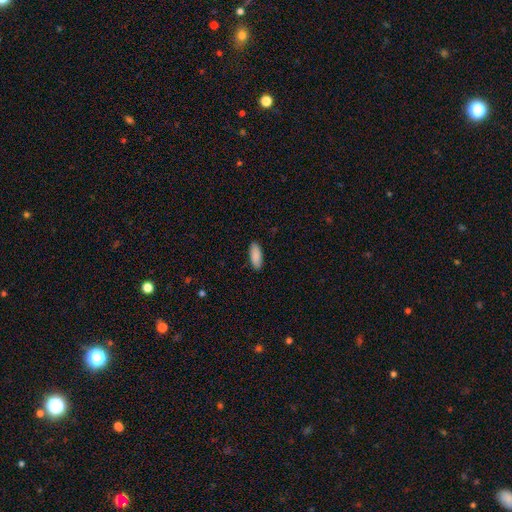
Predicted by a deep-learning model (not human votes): A smooth galaxy with no disk features (90%) that is in between round and cigar-shaped (76%). Merging: none (88%).